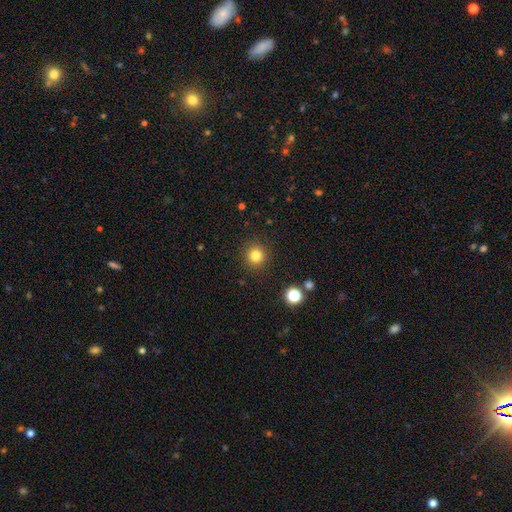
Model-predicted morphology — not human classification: This is clearly a smooth galaxy (82%). How rounded: clearly round (94%). Merging: clearly none (90%).